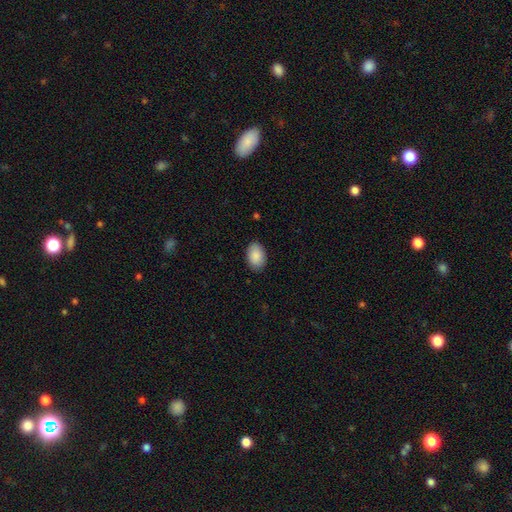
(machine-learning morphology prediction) This appears to be a smooth galaxy with no disk features (89%) that is in between round and cigar-shaped (89%). Merging: none (87%).